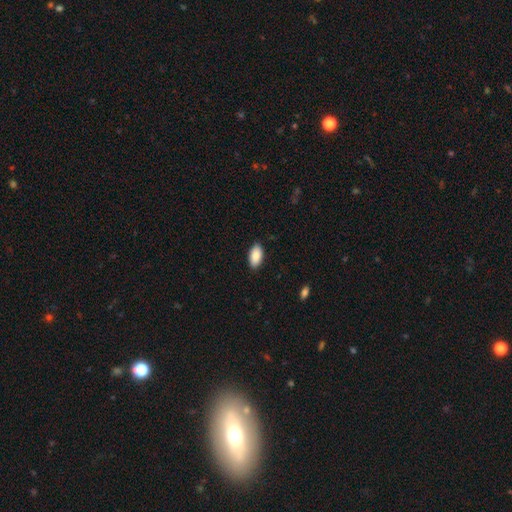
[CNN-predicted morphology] Smooth or featured? smooth (89%)
How rounded? in between (95%)
Merging? none (88%)